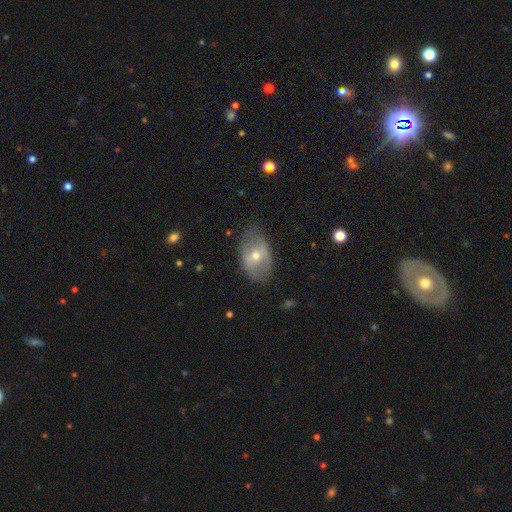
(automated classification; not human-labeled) Q: Smooth or featured?
A: featured or disk (49%); runner-up: smooth (43%)
Q: Merging?
A: none (73%); runner-up: minor disturbance (20%)